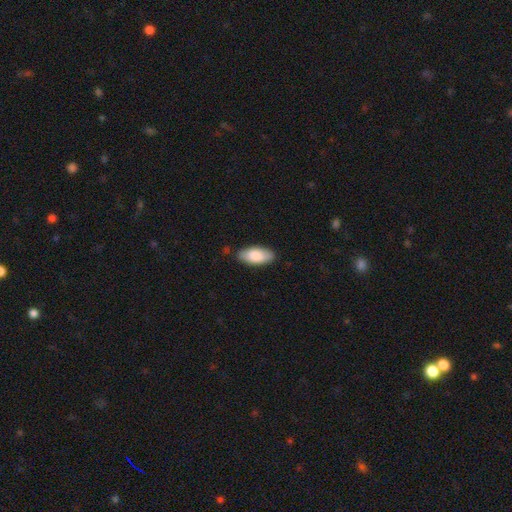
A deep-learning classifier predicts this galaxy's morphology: A smooth galaxy with no disk features (84%) that is in between round and cigar-shaped (90%).

Vote fractions:
- Smooth or featured? smooth: 84% / featured or disk: 11% / star or artifact: 5%
- How rounded? in between: 90% / cigar-shaped: 8% / round: 2%
- Merging? none: 82% / minor disturbance: 15% / major disturbance: 2% / merger: 1%